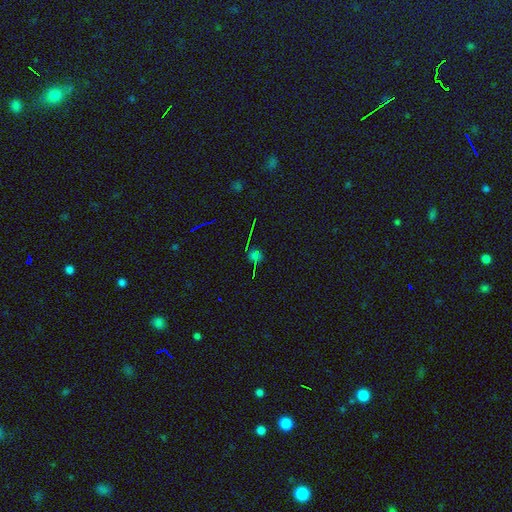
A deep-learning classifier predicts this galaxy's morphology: smooth-or-featured: star or artifact: 59% | smooth: 28% | featured or disk: 13%